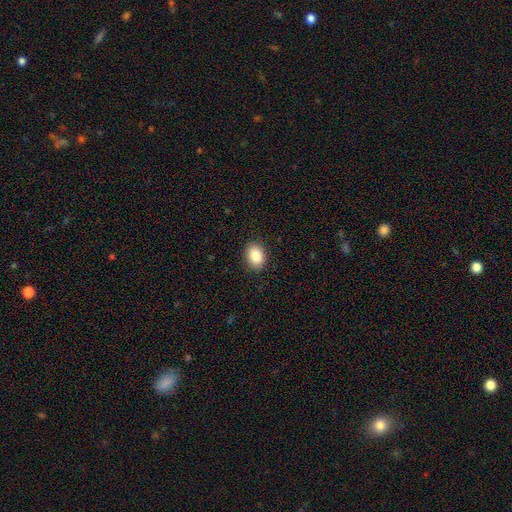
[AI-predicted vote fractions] Overall: smooth (87%). How rounded: in between (71%). Merging: none (90%).